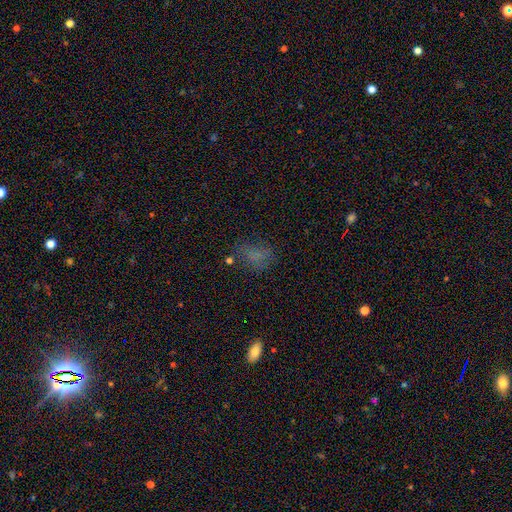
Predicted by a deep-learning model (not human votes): smooth 62%, star or artifact 23%, featured or disk 15%. Down the decision tree: how rounded — in between (78%); merging — none (58%).